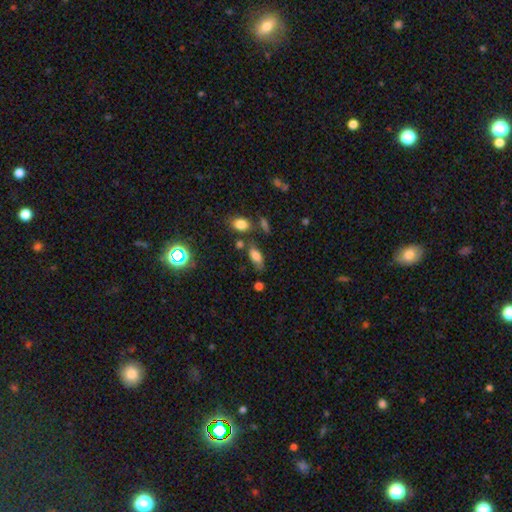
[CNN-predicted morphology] smooth-or-featured: smooth: 72% | featured or disk: 15% | star or artifact: 12%
  how-rounded: in between: 84% | cigar-shaped: 11% | round: 5%
  merging: none: 65% | minor disturbance: 19% | merger: 10% | major disturbance: 6%